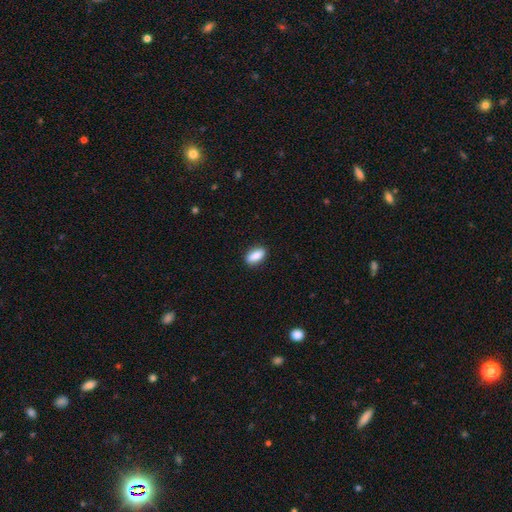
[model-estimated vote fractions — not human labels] Overall: smooth (87%). How rounded: in between (82%). Merging: none (88%).